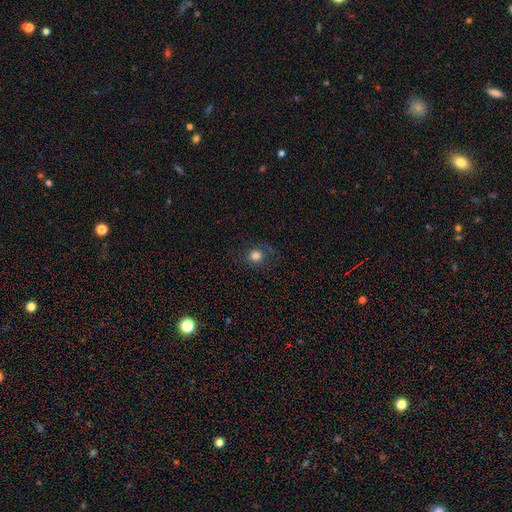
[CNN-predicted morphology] This appears to be a smooth galaxy with no disk features (79%) that is round (84%). Merging: none (81%).